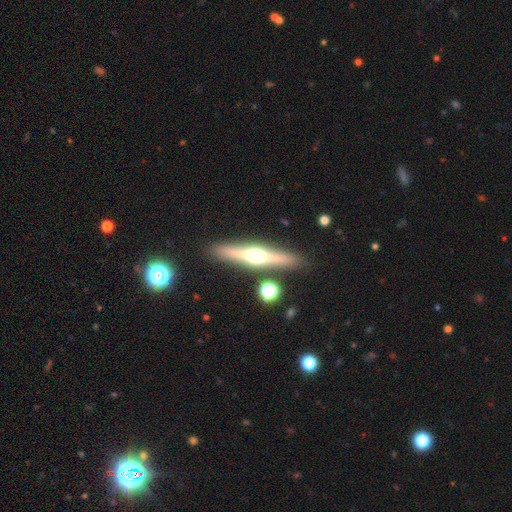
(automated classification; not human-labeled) Q: Smooth or featured?
A: featured or disk (68%); runner-up: smooth (26%)
Q: Edge-on disk?
A: yes (96%); runner-up: no (4%)
Q: Edge-on bulge?
A: rounded (94%); runner-up: boxy (3%)
Q: Merging?
A: none (88%); runner-up: minor disturbance (7%)